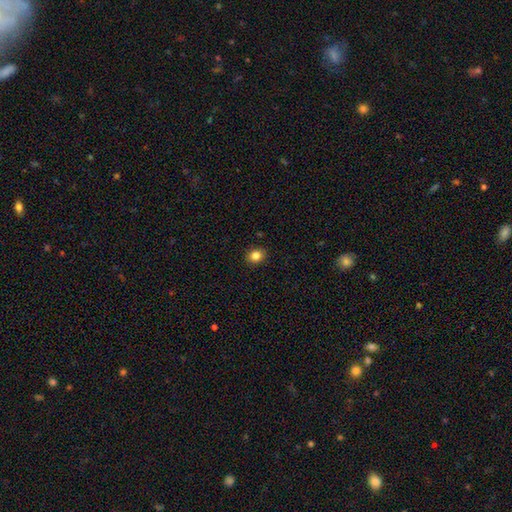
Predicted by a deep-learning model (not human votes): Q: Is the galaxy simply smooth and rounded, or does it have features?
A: smooth — 84%.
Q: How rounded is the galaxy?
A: round — 63%.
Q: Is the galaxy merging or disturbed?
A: none — 91%.